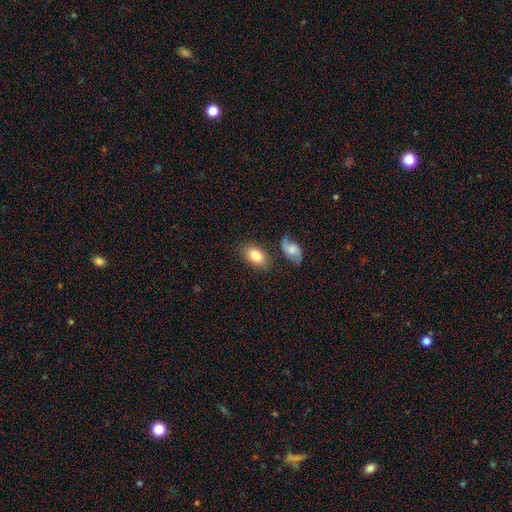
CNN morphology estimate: This appears to be a smooth galaxy with no disk features (83%) that is in between round and cigar-shaped (90%). Merging: none (74%).